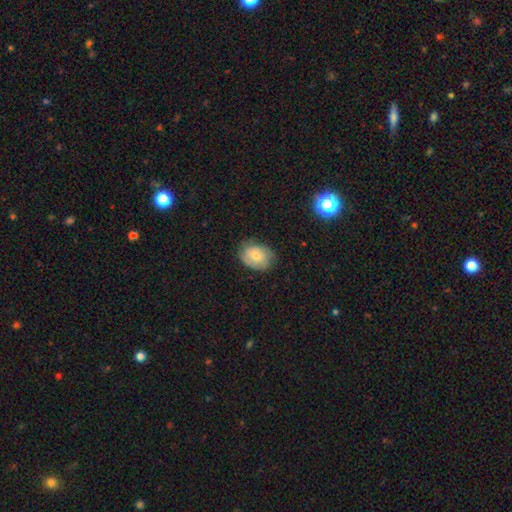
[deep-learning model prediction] smooth_or_featured: smooth (p=0.61) [alt: featured or disk p=0.30]
how_rounded: in between (p=0.64) [alt: round p=0.35]
merging: none (p=0.71) [alt: minor disturbance p=0.22]